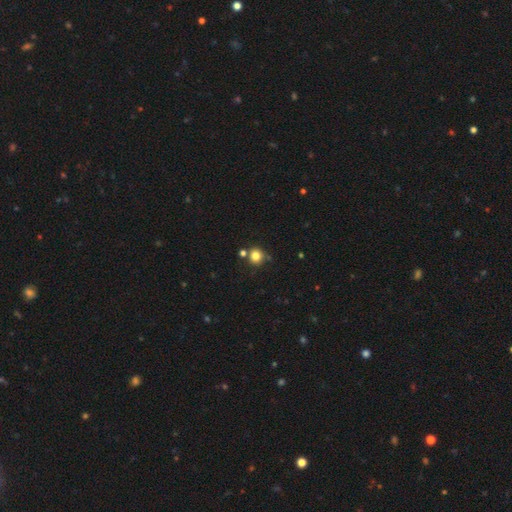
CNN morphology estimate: Smooth or featured? Predicted: smooth (p=0.81). How rounded? Predicted: round (p=0.89). Merging? Predicted: none (p=0.74).